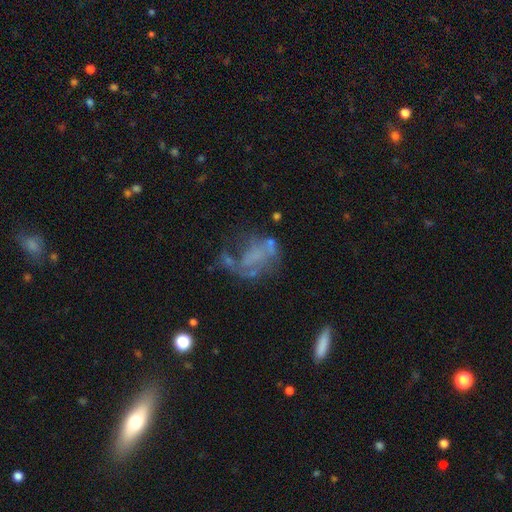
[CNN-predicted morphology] A featured or disk galaxy (60%) with no bar (77%), no spiral arms (66%) and no central bulge (76%).

Vote fractions:
- Smooth or featured? featured or disk: 60% / smooth: 24% / star or artifact: 16%
- Edge-on disk? no: 97% / yes: 3%
- Bar? no: 77% / weak: 17% / strong: 6%
- Spiral arms? no: 66% / yes: 34%
- Bulge size? none: 76% / small: 12% / moderate: 8% / large: 3% / dominant: 1%
- Merging? major disturbance: 36% / none: 34% / minor disturbance: 19% / merger: 11%